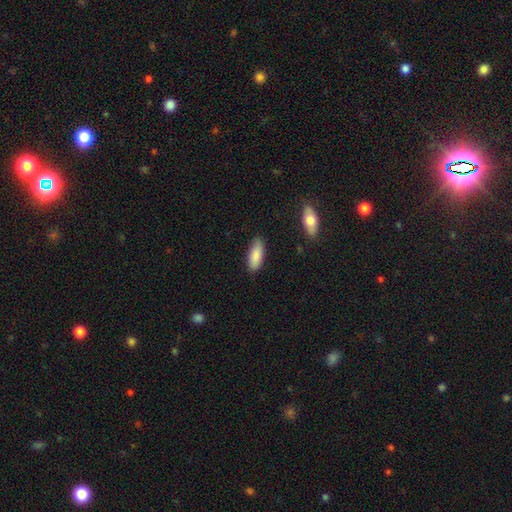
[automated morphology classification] Smooth or featured? smooth (86%)
How rounded? in between (75%)
Merging? none (84%)